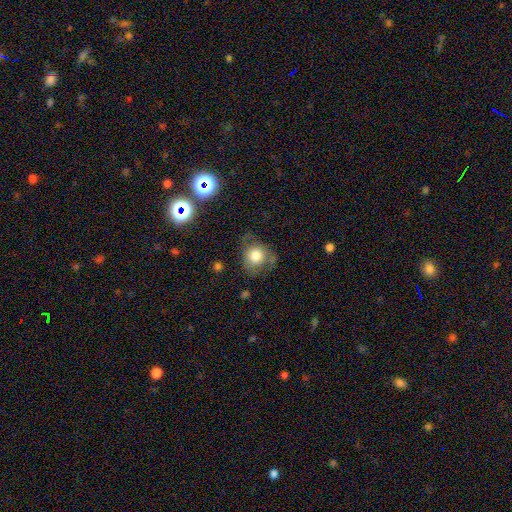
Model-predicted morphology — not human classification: A smooth galaxy with no disk features (70%) that is round (71%). Merging: none (55%).